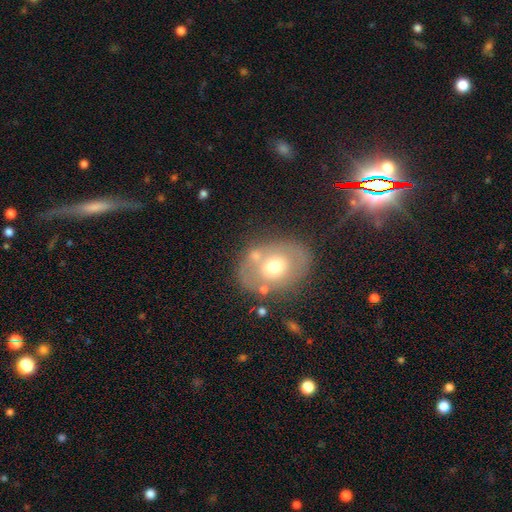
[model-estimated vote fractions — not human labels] This is possibly a smooth galaxy (49%). Merging: likely none (67%).